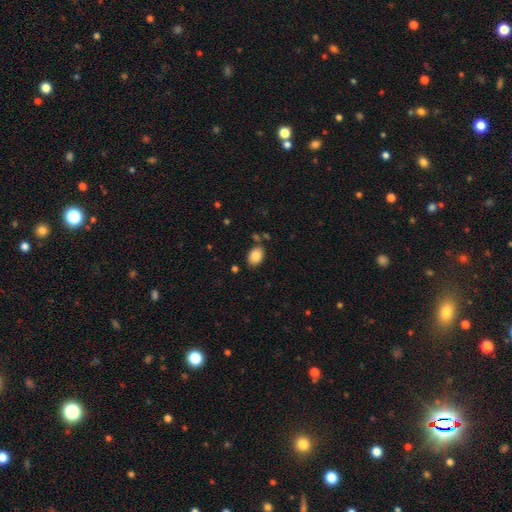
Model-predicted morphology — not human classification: smooth-or-featured: smooth: 85% | star or artifact: 8% | featured or disk: 7%
  how-rounded: in between: 79% | round: 20% | cigar-shaped: 1%
  merging: none: 82% | minor disturbance: 11% | merger: 4% | major disturbance: 3%